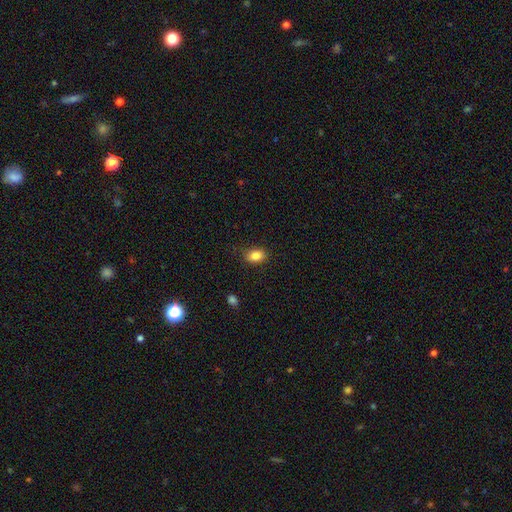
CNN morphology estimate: Smooth or featured? Predicted: smooth (p=0.85). How rounded? Predicted: in between (p=0.79). Merging? Predicted: none (p=0.82).